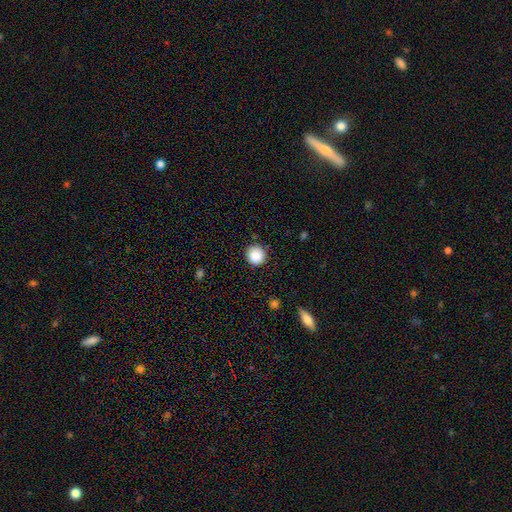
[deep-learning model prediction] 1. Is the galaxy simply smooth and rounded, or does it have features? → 88% smooth, 9% star or artifact, 3% featured or disk.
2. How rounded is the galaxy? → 95% round, 4% in between, 1% cigar-shaped.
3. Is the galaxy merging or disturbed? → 89% none, 7% minor disturbance, 2% major disturbance, 1% merger.